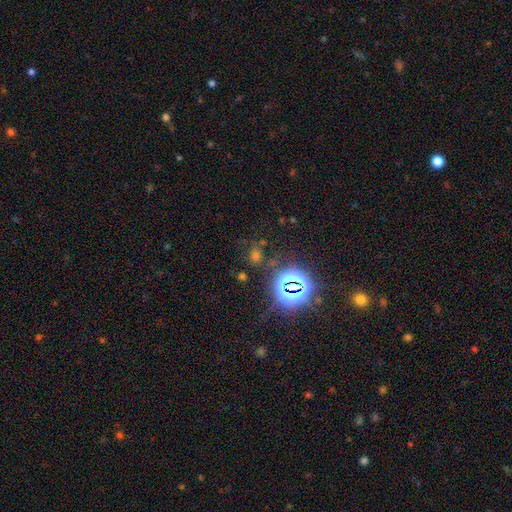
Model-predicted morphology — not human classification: A star or artifact, not a galaxy (51%).